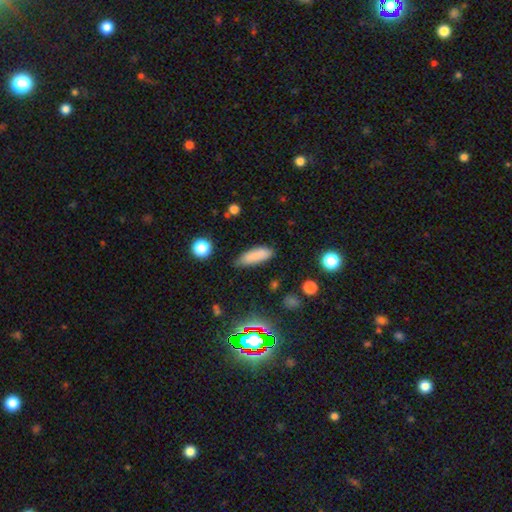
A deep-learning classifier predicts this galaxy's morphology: smooth 83%, star or artifact 9%, featured or disk 8%. Down the decision tree: how rounded — in between (59%); merging — none (72%).